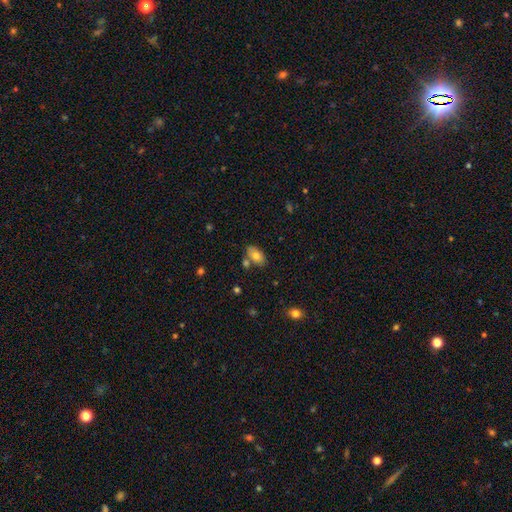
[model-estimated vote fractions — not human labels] A smooth galaxy with no disk features (76%) that is in between round and cigar-shaped (91%). Merging: none (68%).